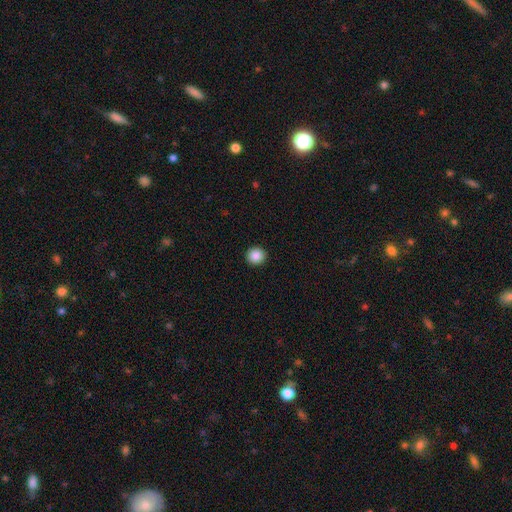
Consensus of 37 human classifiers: A smooth galaxy with no disk features (95%) that is round (100%).

Vote fractions:
- Smooth or featured? smooth: 95% / featured or disk: 3% / star or artifact: 3%
- How rounded? round: 100% / in between: 0% / cigar-shaped: 0%
- Merging? none: 94% / minor disturbance: 3% / major disturbance: 3% / merger: 0%